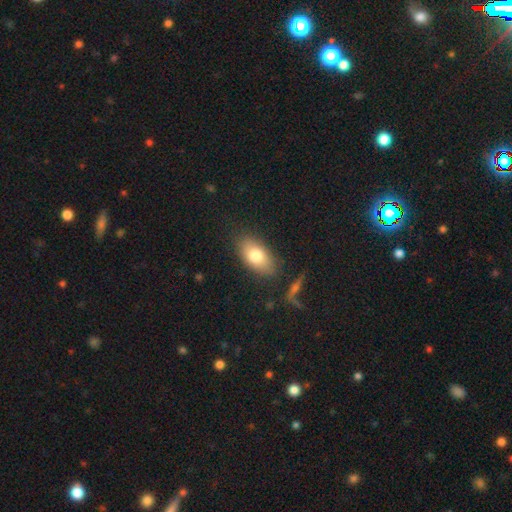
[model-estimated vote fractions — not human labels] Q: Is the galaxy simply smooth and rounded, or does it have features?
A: smooth — 77%.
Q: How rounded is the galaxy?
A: in between — 90%.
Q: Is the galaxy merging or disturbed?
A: none — 81%.